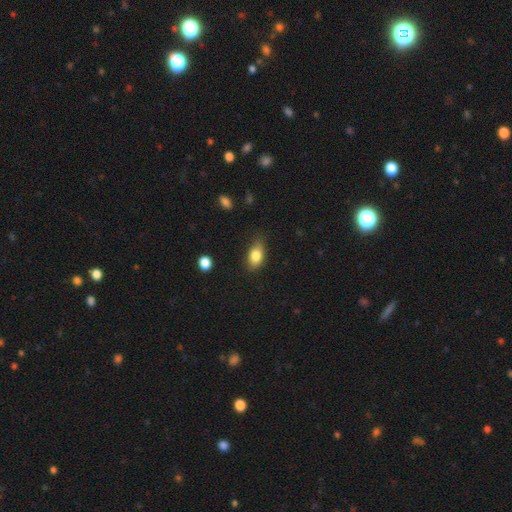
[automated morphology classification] type=smooth (82%); roundness=in between (85%); merging=none (70%).